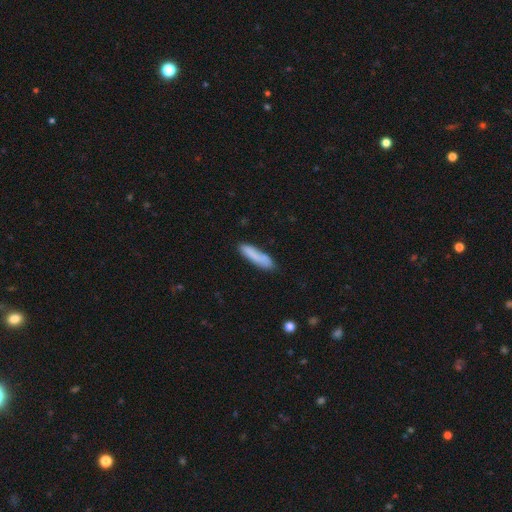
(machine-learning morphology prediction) Smooth or featured? Predicted: smooth (p=0.80). How rounded? Predicted: cigar-shaped (p=0.79). Merging? Predicted: none (p=0.75).